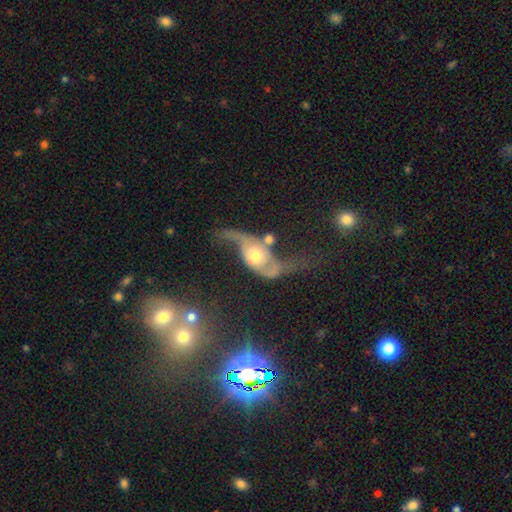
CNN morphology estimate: Overall: featured or disk (81%). Edge-on disk: no (94%). Bar: no (70%). Spiral arms: yes (91%). Spiral arm count: 2 (89%). Spiral winding: loose (80%). Bulge size: moderate (64%; small 24%). Merging: none (38%; major disturbance 29%).